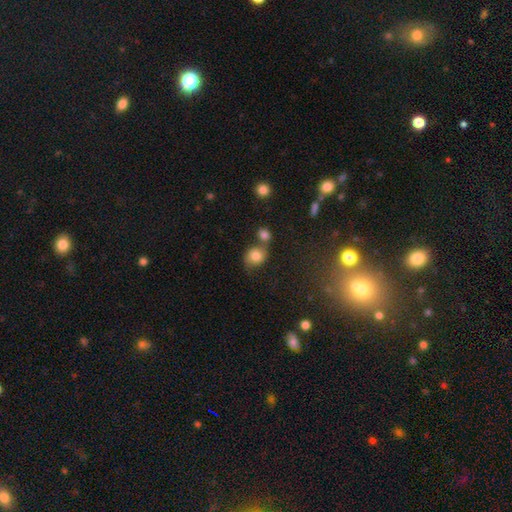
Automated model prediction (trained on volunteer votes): Overall: smooth (75%). How rounded: round (63%; in between 36%). Merging: none (49%; merger 29%).